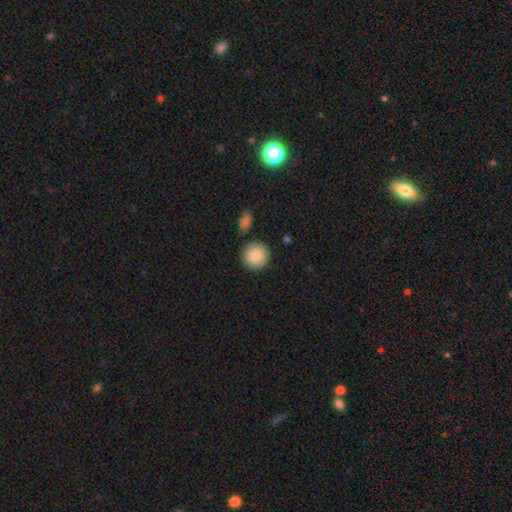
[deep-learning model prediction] Morphology: type=smooth (88%); roundness=round (92%); merging=none (85%).